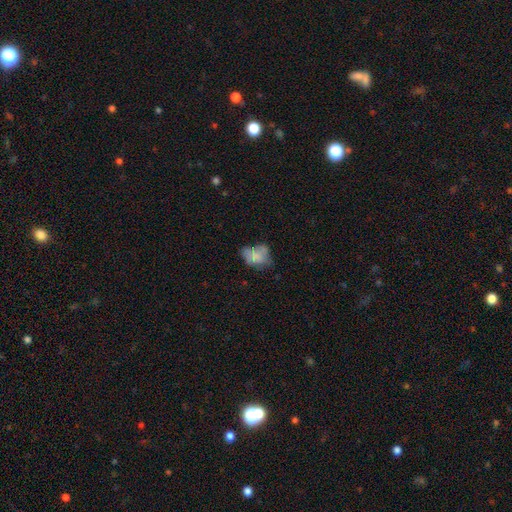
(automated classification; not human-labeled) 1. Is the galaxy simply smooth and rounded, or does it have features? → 66% smooth, 23% featured or disk, 11% star or artifact.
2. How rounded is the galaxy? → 70% in between, 29% round, 1% cigar-shaped.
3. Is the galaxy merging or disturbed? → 35% none (tied), 35% minor disturbance (tied), 23% major disturbance, 7% merger.